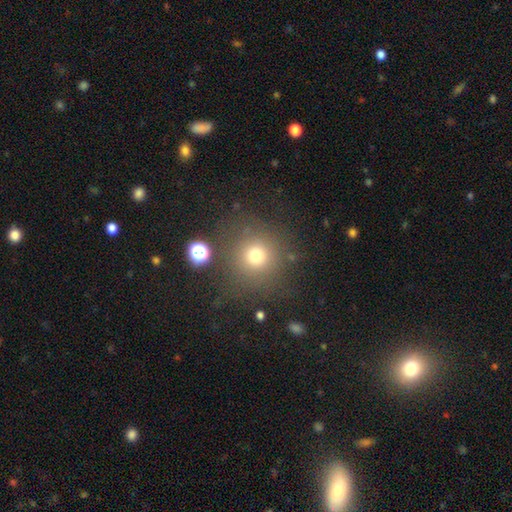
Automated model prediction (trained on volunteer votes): smooth-or-featured: smooth: 73% | star or artifact: 17% | featured or disk: 10%
  how-rounded: round: 93% | in between: 6% | cigar-shaped: 1%
  merging: none: 80% | minor disturbance: 10% | major disturbance: 6% | merger: 4%